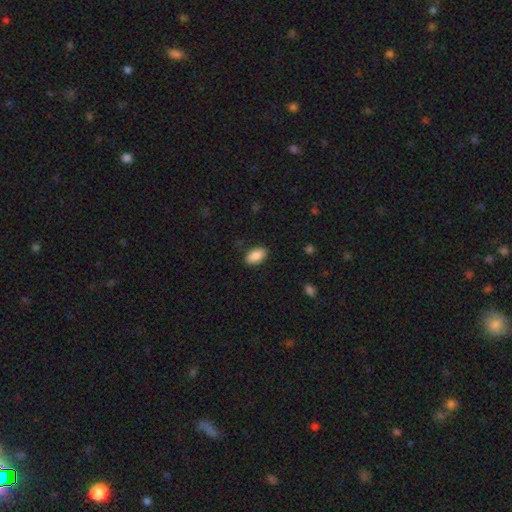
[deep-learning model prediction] This is clearly a smooth galaxy (89%). How rounded: clearly in between (94%). Merging: clearly none (87%).